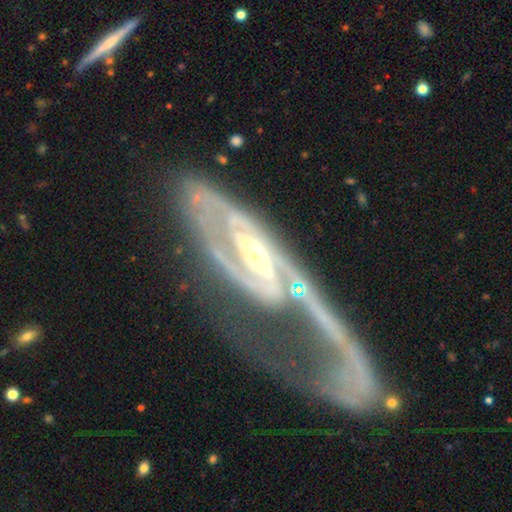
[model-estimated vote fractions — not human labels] Smooth or featured? Predicted: featured or disk (p=0.89). Edge-on disk? Predicted: no (p=0.89). Bar? Predicted: strong (p=0.37). Spiral arms? Predicted: yes (p=0.93). Spiral winding? Predicted: tight (p=0.41). Spiral arm count? Predicted: 2 (p=0.65). Bulge size? Predicted: moderate (p=0.62). Merging? Predicted: major disturbance (p=0.30).